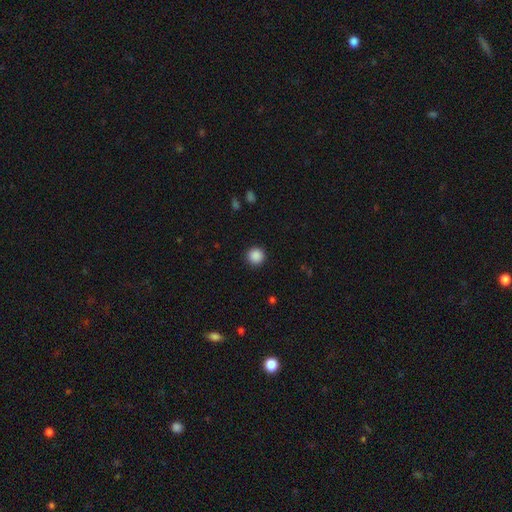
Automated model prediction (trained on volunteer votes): A smooth galaxy with no disk features (88%) that is round (95%).

Vote fractions:
- Smooth or featured? smooth: 88% / star or artifact: 9% / featured or disk: 2%
- How rounded? round: 95% / in between: 4% / cigar-shaped: 1%
- Merging? none: 92% / minor disturbance: 5% / major disturbance: 2% / merger: 1%